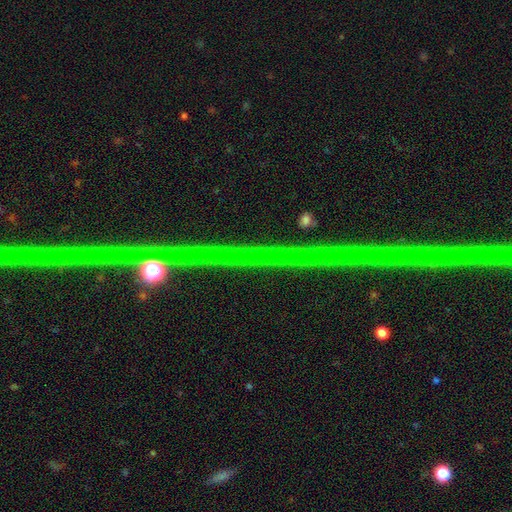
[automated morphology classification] A star or artifact, not a galaxy (85%).